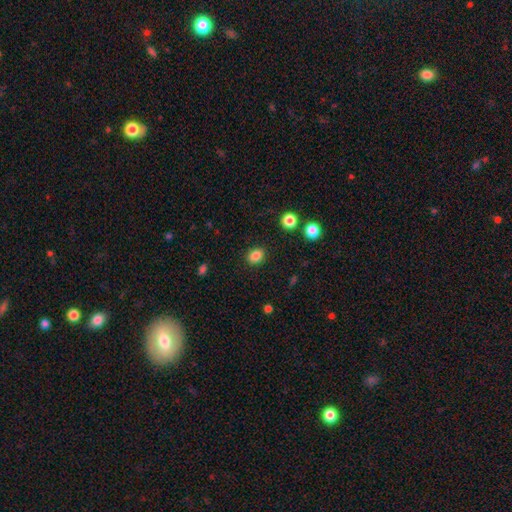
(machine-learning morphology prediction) Smooth or featured? smooth (85%)
How rounded? in between (50%)
Merging? none (88%)